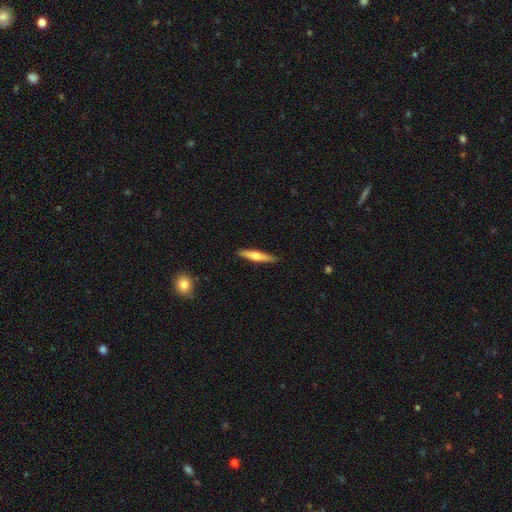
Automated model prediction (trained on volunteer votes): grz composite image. It shows a smooth galaxy with no disk features (56%) that is cigar-shaped (89%). Merging: none (89%).